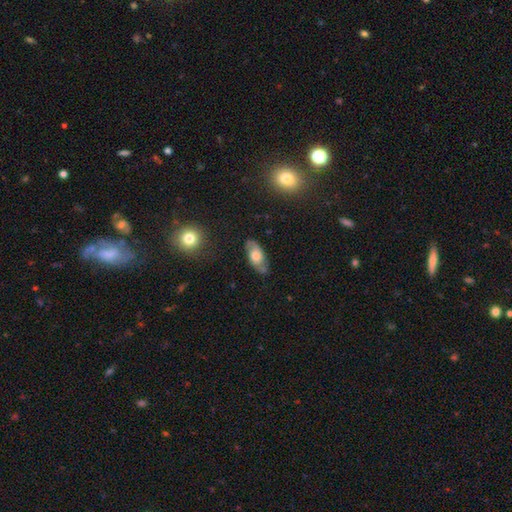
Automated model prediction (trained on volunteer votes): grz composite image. It shows a featured or disk galaxy (49%). Merging: none (77%).